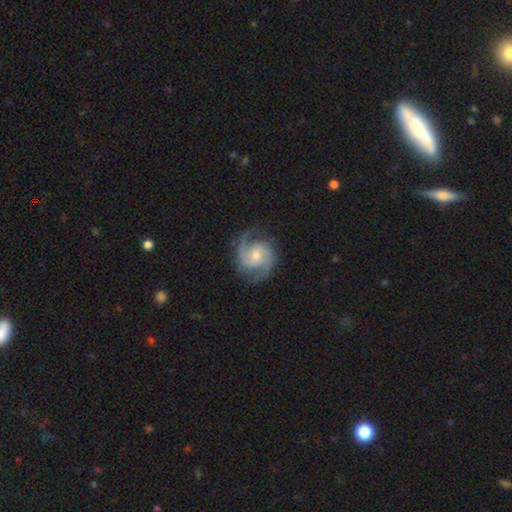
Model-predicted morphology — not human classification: Smooth or featured?
  - featured or disk: 89% *
  - smooth: 7%
  - star or artifact: 5%
Edge-on disk?
  - no: 98% *
  - yes: 2%
Bar?
  - no: 50% *
  - weak: 42%
  - strong: 8%
Spiral arms?
  - yes: 98% *
  - no: 2%
Spiral winding?
  - medium: 56% *
  - tight: 27%
  - loose: 17%
Spiral arm count?
  - 2: 84% *
  - 3: 7%
  - can't tell: 4%
  - 1: 2%
  - 4: 2%
  - more than 4: 2%
Bulge size?
  - moderate: 51% *
  - small: 42%
  - large: 3%
  - none: 2%
  - dominant: 1%
Merging?
  - none: 78% *
  - minor disturbance: 15%
  - major disturbance: 6%
  - merger: 1%